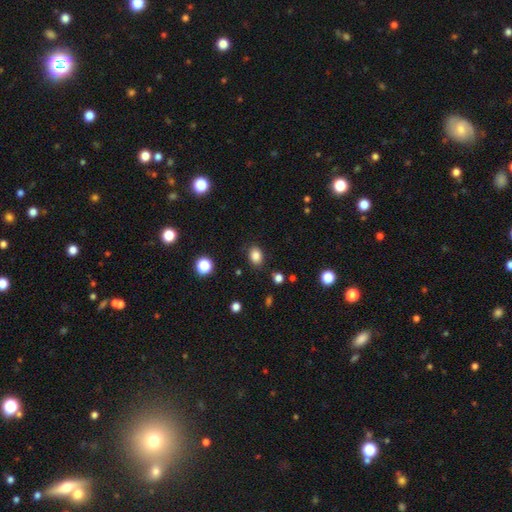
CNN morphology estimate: smooth-or-featured: smooth: 85% | star or artifact: 11% | featured or disk: 4%
  how-rounded: in between: 61% | round: 38% | cigar-shaped: 1%
  merging: none: 84% | minor disturbance: 11% | major disturbance: 3% | merger: 2%